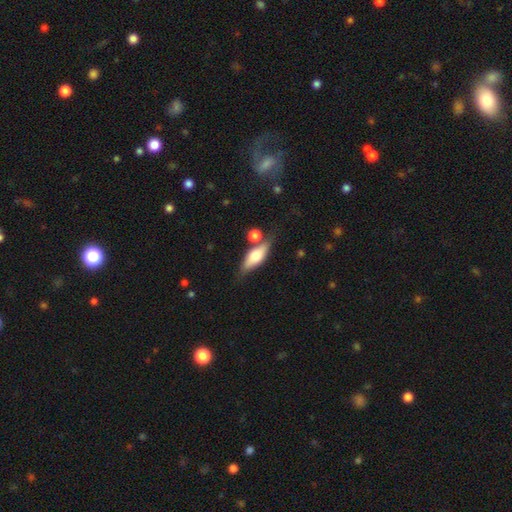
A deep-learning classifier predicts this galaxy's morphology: Smooth or featured: smooth — 55% (featured or disk — 38%)
How rounded: in between — 62% (cigar-shaped — 34%)
Merging: none — 67% (minor disturbance — 17%)